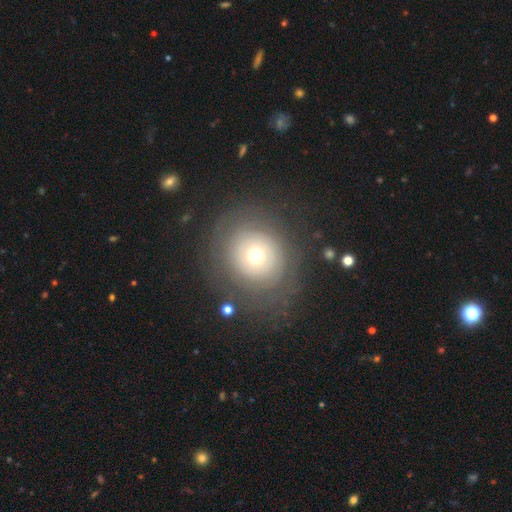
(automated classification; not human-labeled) This is possibly a smooth galaxy (45%). Merging: likely none (77%).